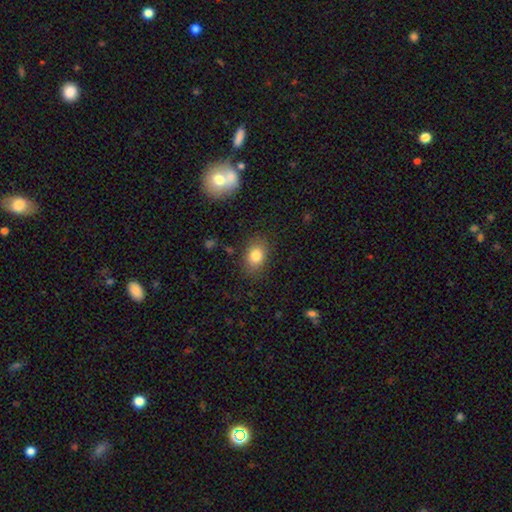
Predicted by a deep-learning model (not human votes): smooth 82%, star or artifact 10%, featured or disk 8%. Down the decision tree: how rounded — in between (67%); merging — none (83%).